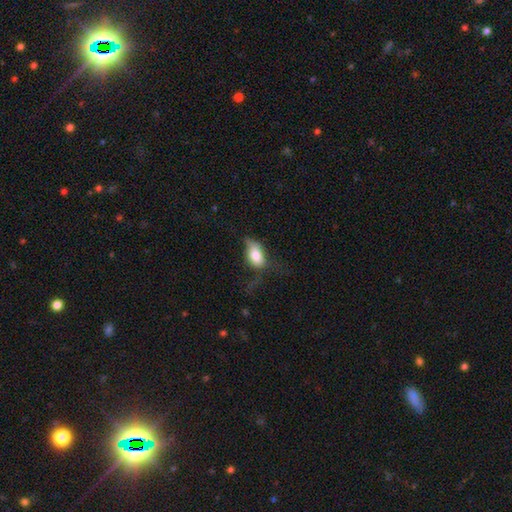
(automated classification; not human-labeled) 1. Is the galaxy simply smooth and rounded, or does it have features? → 73% smooth, 19% featured or disk, 8% star or artifact.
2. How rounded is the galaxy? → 88% in between, 8% round, 4% cigar-shaped.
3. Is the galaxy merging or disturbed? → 36% major disturbance, 31% minor disturbance, 30% none, 3% merger.